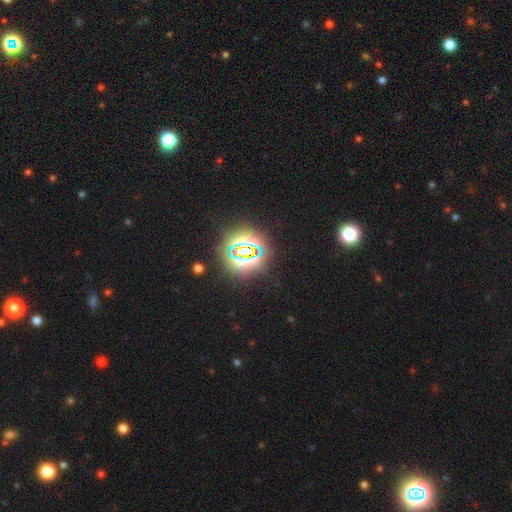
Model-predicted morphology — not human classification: The model was most divided on "smooth or featured": star or artifact: 78%, smooth: 14%, featured or disk: 8%.